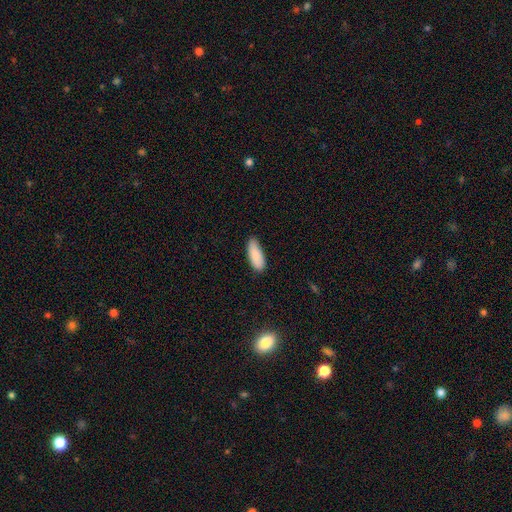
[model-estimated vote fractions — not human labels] smooth-or-featured: smooth: 88% | star or artifact: 6% | featured or disk: 5%
  how-rounded: in between: 77% | cigar-shaped: 21% | round: 2%
  merging: none: 76% | minor disturbance: 20% | major disturbance: 3% | merger: 1%